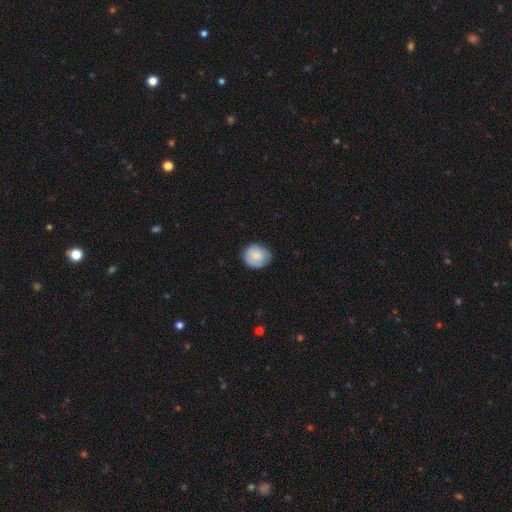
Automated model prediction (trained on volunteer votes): smooth_or_featured: smooth (p=0.82) [alt: featured or disk p=0.11]
how_rounded: round (p=0.73) [alt: in between p=0.26]
merging: none (p=0.76) [alt: minor disturbance p=0.19]